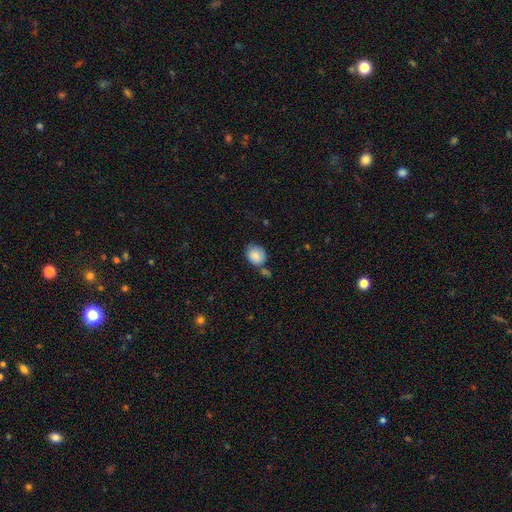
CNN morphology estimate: This appears to be a smooth galaxy with no disk features (85%) that is round (55%). Merging: none (59%).